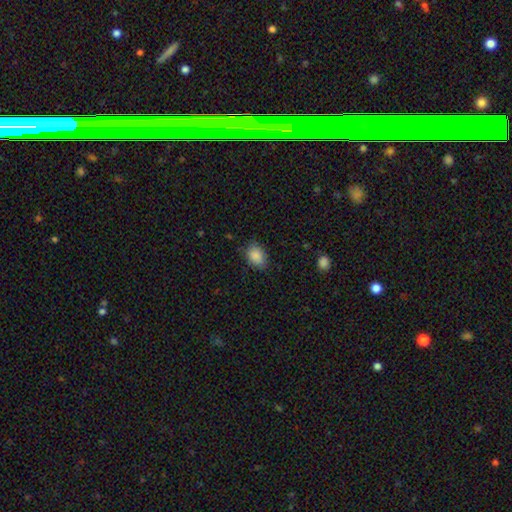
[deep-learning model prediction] smooth-or-featured: smooth: 88% | star or artifact: 8% | featured or disk: 4%
  how-rounded: in between: 78% | round: 21% | cigar-shaped: 1%
  merging: none: 78% | minor disturbance: 18% | major disturbance: 4% | merger: 1%